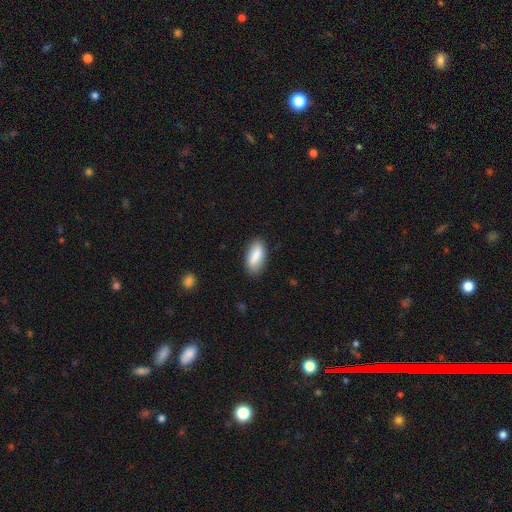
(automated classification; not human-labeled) A smooth galaxy with no disk features (85%) that is in between round and cigar-shaped (86%).

Vote fractions:
- Smooth or featured? smooth: 85% / featured or disk: 9% / star or artifact: 6%
- How rounded? in between: 86% / cigar-shaped: 11% / round: 2%
- Merging? none: 84% / minor disturbance: 12% / major disturbance: 3% / merger: 1%